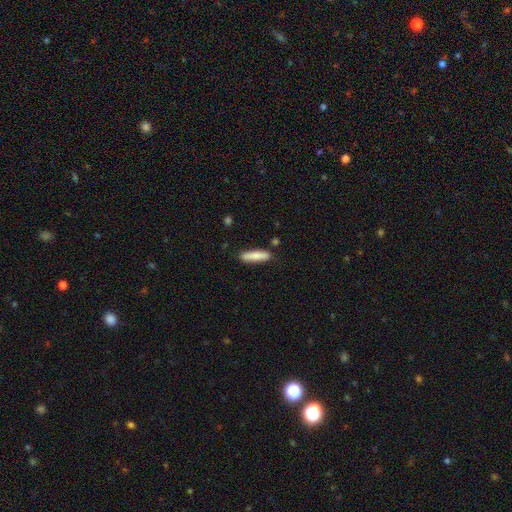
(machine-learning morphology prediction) Overall: smooth (80%). How rounded: cigar-shaped (81%). Merging: none (85%).